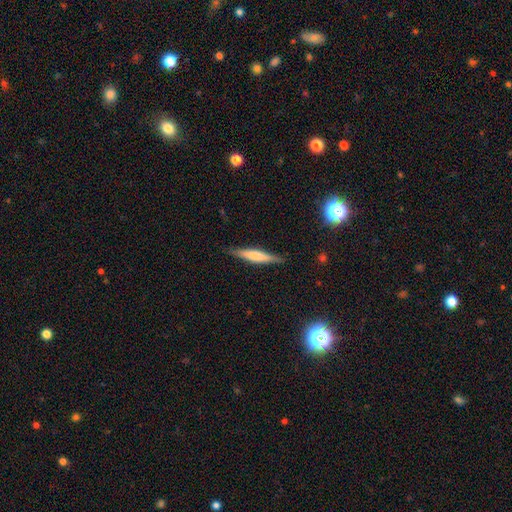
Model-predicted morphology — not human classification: smooth_or_featured: smooth (p=0.50) [alt: featured or disk p=0.44]
merging: none (p=0.88) [alt: minor disturbance p=0.09]